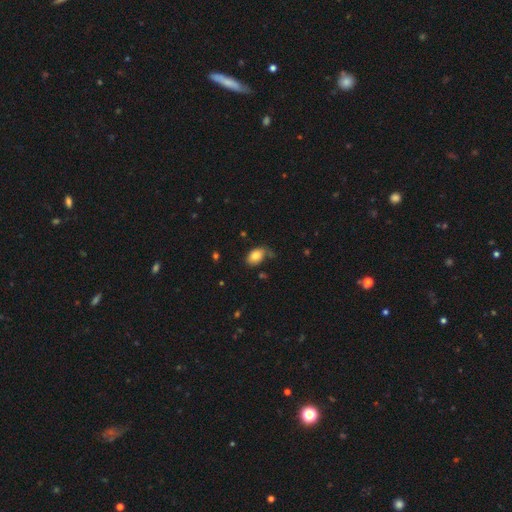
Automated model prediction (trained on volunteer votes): The model was most divided on "merging": none: 61%, minor disturbance: 26%, major disturbance: 8%, merger: 4%. More confident: how rounded — in between (88%); smooth or featured — smooth (82%).